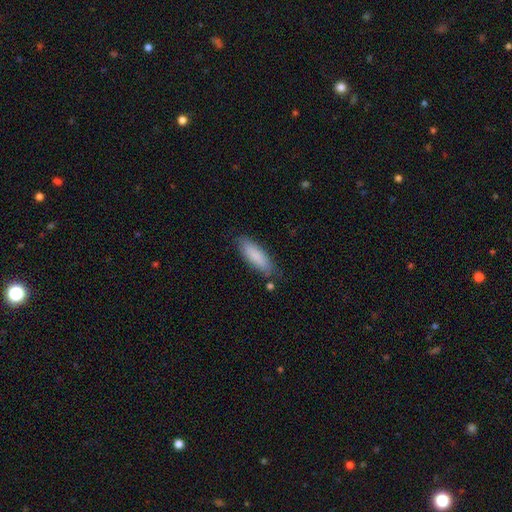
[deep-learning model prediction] Smooth or featured?
  - smooth: 84% *
  - featured or disk: 10%
  - star or artifact: 6%
How rounded?
  - cigar-shaped: 49% * (tied)
  - in between: 49% * (tied)
  - round: 1%
Merging?
  - none: 79% *
  - minor disturbance: 15%
  - major disturbance: 3%
  - merger: 3%